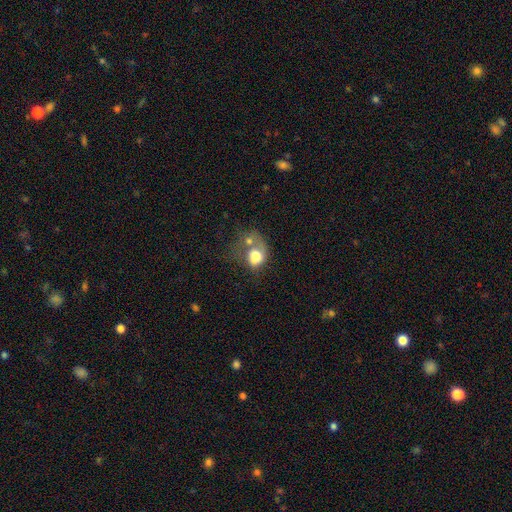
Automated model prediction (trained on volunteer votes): A smooth galaxy with no disk features (65%) that is in between round and cigar-shaped (51%).

Vote fractions:
- Smooth or featured? smooth: 65% / featured or disk: 26% / star or artifact: 9%
- How rounded? in between: 51% / round: 48% / cigar-shaped: 1%
- Merging? merger: 48% / major disturbance: 24% / none: 15% / minor disturbance: 12%